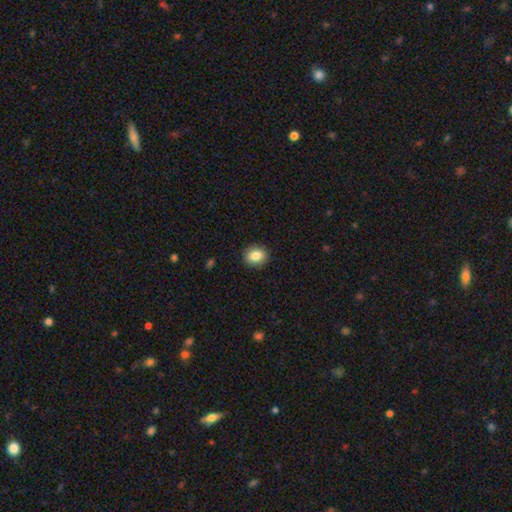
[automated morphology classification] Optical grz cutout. It shows a smooth galaxy with no disk features (84%) that is round (51%). Merging: none (90%).